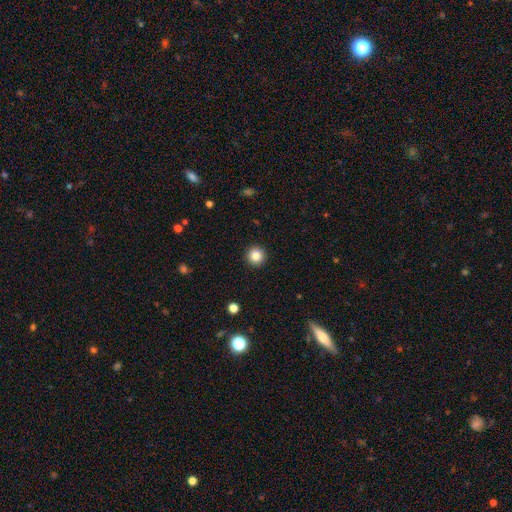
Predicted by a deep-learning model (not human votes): smooth 85%, star or artifact 10%, featured or disk 5%. Down the decision tree: how rounded — round (96%); merging — none (93%).